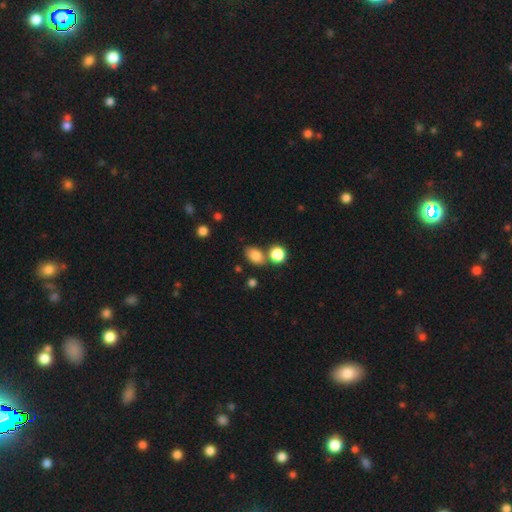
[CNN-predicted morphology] smooth_or_featured: smooth (p=0.83) [alt: star or artifact p=0.10]
how_rounded: in between (p=0.77) [alt: round p=0.21]
merging: none (p=0.64) [alt: merger p=0.20]